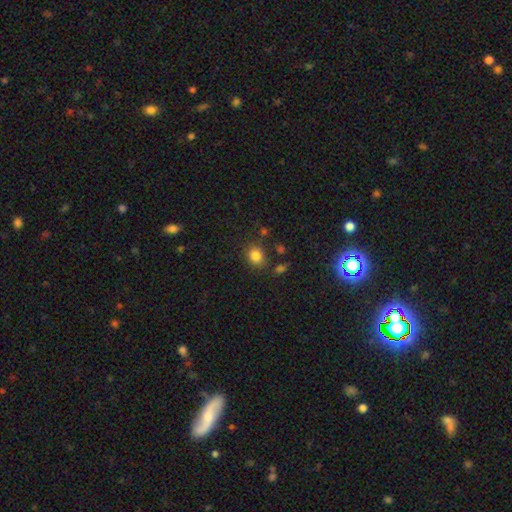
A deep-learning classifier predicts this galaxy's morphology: Smooth or featured: smooth — 83% (star or artifact — 11%)
How rounded: round — 62% (in between — 37%)
Merging: none — 79% (minor disturbance — 12%)